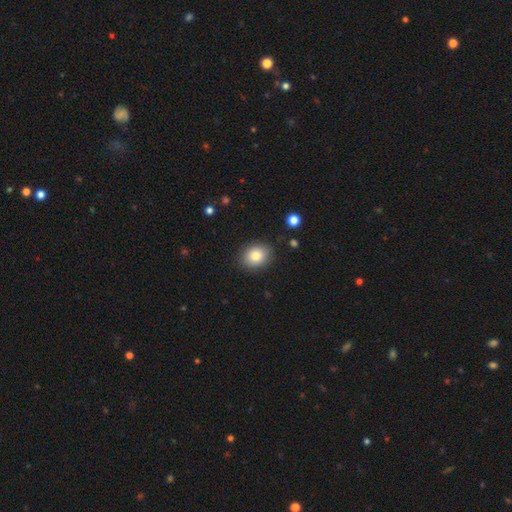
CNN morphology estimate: smooth_or_featured: smooth (p=0.82) [alt: star or artifact p=0.09]
how_rounded: in between (p=0.54) [alt: round p=0.46]
merging: none (p=0.86) [alt: minor disturbance p=0.10]